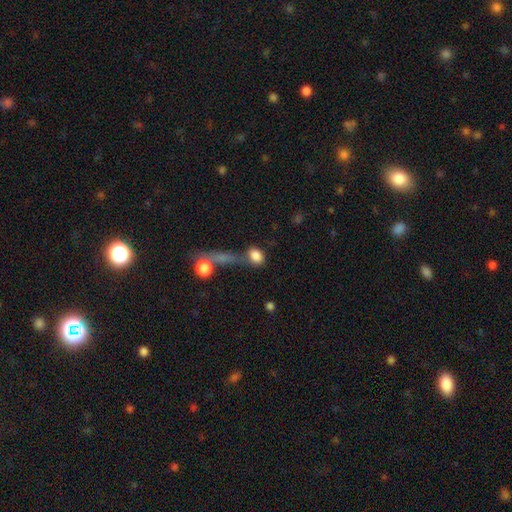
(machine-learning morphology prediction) The model was most divided on "merging": none: 49%, merger: 26%, minor disturbance: 15%, major disturbance: 10%. More confident: smooth or featured — smooth (82%); how rounded — in between (68%).